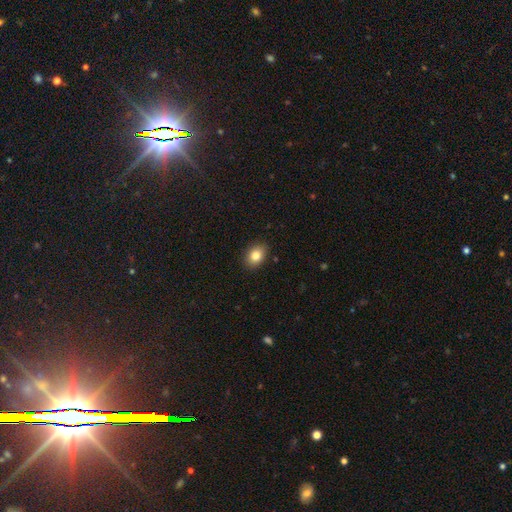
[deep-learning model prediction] Smooth or featured: smooth — 83% (star or artifact — 9%)
How rounded: in between — 67% (round — 32%)
Merging: none — 88% (minor disturbance — 9%)